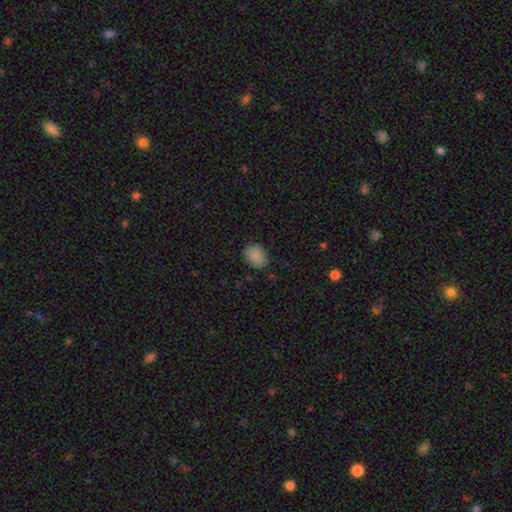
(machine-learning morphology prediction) A smooth galaxy with no disk features (86%) that is in between round and cigar-shaped (62%). Merging: none (81%).